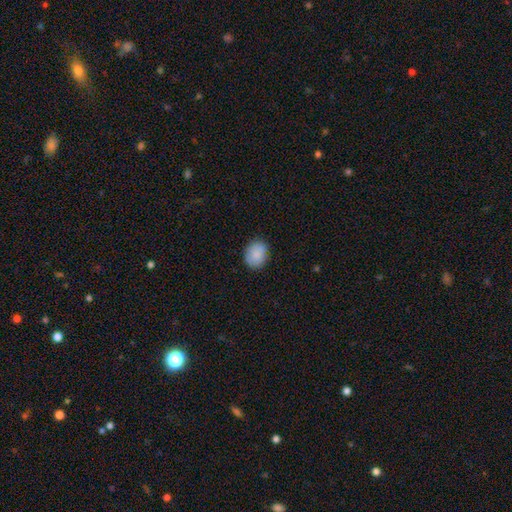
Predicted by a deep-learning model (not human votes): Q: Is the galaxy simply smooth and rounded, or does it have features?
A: smooth — 88%.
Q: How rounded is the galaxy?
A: round — 53%.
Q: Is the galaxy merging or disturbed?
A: none — 84%.